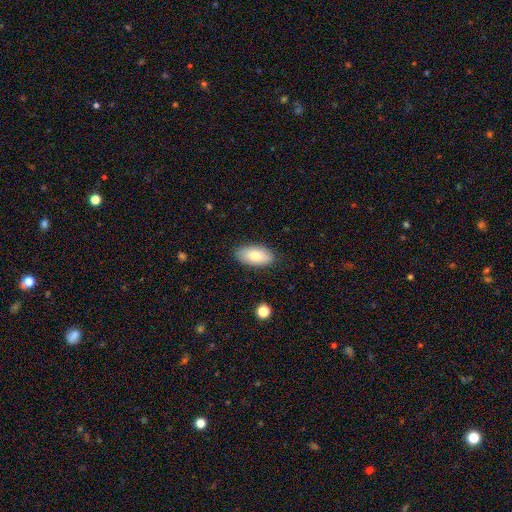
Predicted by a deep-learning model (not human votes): This is clearly a smooth galaxy (82%). How rounded: clearly in between (93%). Merging: clearly none (85%).